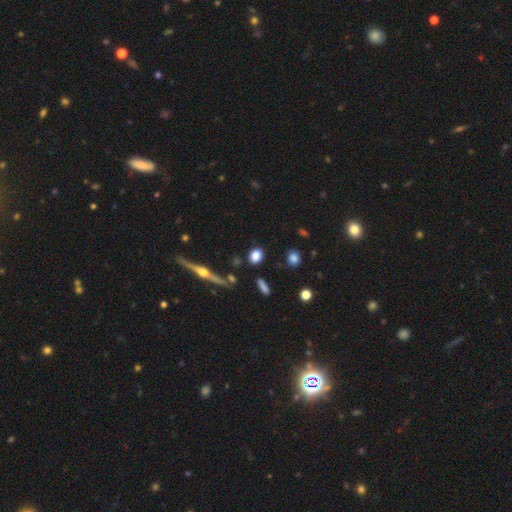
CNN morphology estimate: A smooth galaxy with no disk features (79%) that is round (49%). Merging: none (85%).